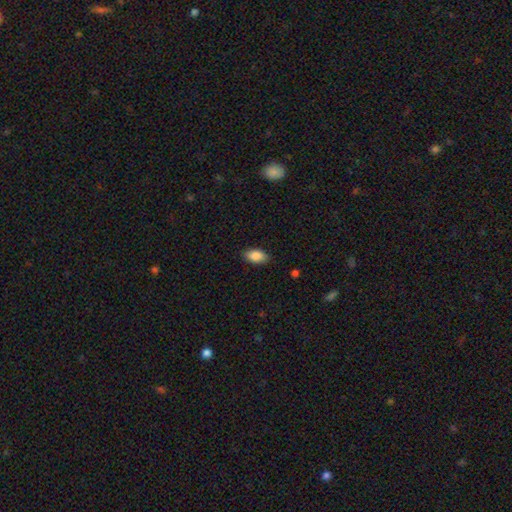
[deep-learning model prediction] smooth-or-featured: smooth: 87% | star or artifact: 7% | featured or disk: 6%
  how-rounded: in between: 92% | round: 5% | cigar-shaped: 3%
  merging: none: 86% | minor disturbance: 10% | major disturbance: 2% | merger: 1%